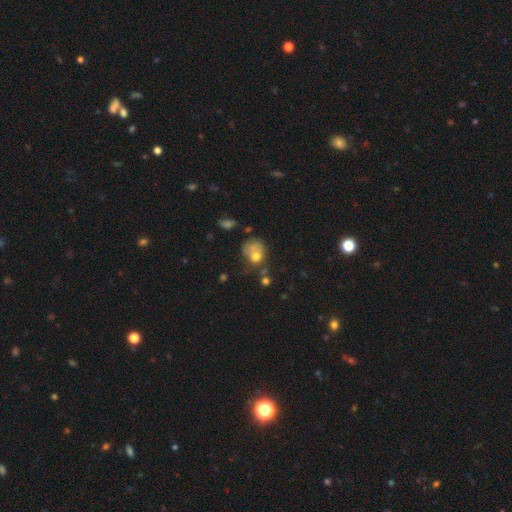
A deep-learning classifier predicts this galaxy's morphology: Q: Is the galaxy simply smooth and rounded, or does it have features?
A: smooth — 68%.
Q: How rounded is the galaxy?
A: round — 58%.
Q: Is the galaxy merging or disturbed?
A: none — 33%.